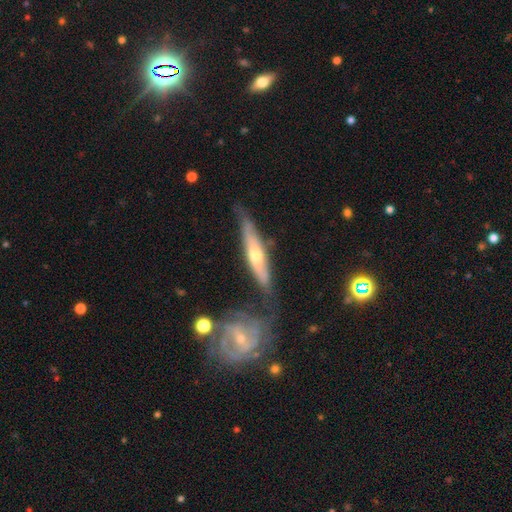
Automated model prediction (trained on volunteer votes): smooth-or-featured: featured or disk: 66% | smooth: 28% | star or artifact: 6%
  disk-edge-on: yes: 77% | no: 23%
    edge-on-bulge: rounded: 80% | none: 14% | boxy: 6%
  merging: none: 63% | minor disturbance: 20% | merger: 11% | major disturbance: 6%